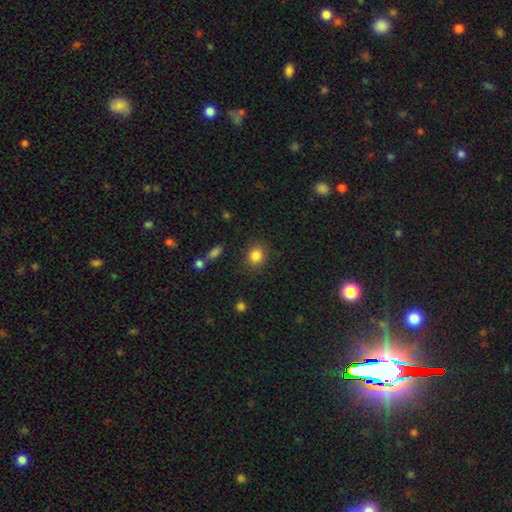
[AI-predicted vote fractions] Q: Smooth or featured?
A: smooth (84%); runner-up: star or artifact (10%)
Q: How rounded?
A: round (74%); runner-up: in between (25%)
Q: Merging?
A: none (86%); runner-up: minor disturbance (9%)